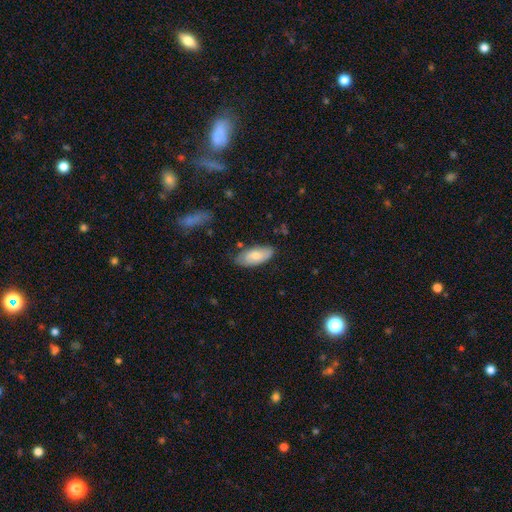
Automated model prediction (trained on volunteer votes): Q: Smooth or featured?
A: smooth (74%); runner-up: featured or disk (20%)
Q: How rounded?
A: in between (89%); runner-up: cigar-shaped (9%)
Q: Merging?
A: none (75%); runner-up: minor disturbance (19%)